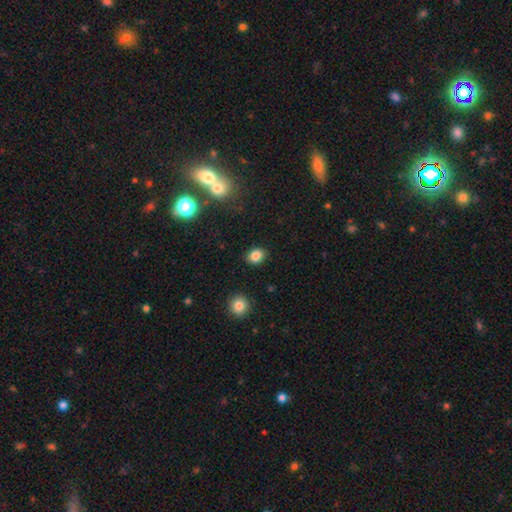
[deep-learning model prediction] Smooth or featured?
  - smooth: 84% *
  - star or artifact: 11%
  - featured or disk: 5%
How rounded?
  - round: 51% *
  - in between: 48%
  - cigar-shaped: 1%
Merging?
  - none: 88% *
  - minor disturbance: 8%
  - major disturbance: 2%
  - merger: 2%